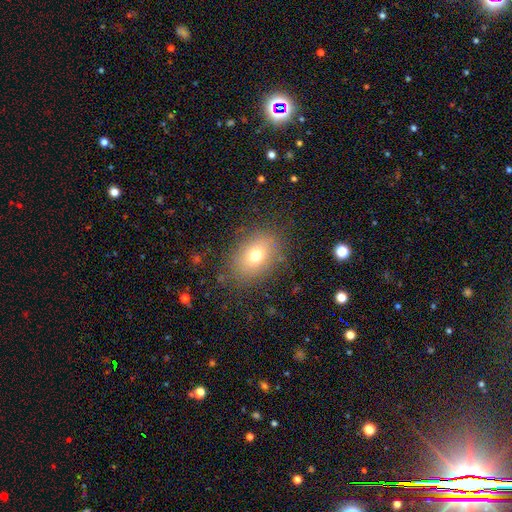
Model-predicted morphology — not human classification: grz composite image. It shows a smooth galaxy with no disk features (73%) that is in between round and cigar-shaped (71%). Merging: none (83%).